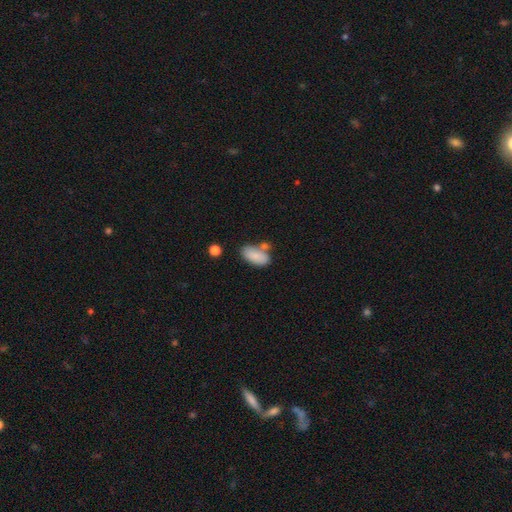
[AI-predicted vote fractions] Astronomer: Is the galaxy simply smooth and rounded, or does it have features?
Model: smooth — 85%.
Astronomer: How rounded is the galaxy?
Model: in between — 93%.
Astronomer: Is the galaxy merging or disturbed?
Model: none — 60%.